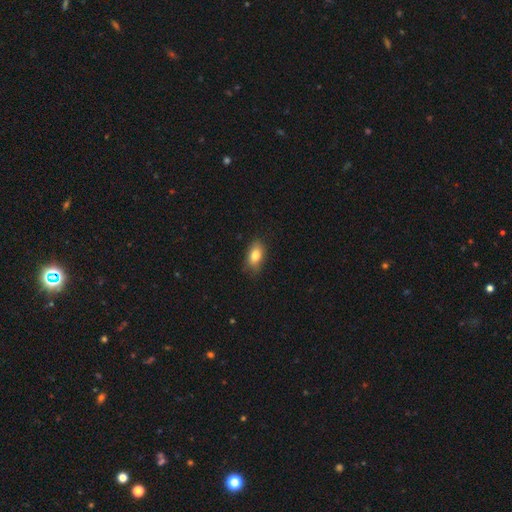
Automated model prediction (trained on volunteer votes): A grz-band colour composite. It shows a smooth galaxy with no disk features (81%) that is in between round and cigar-shaped (87%). Merging: none (81%).